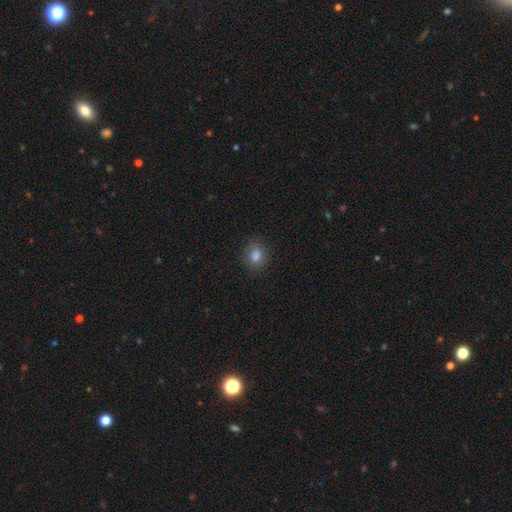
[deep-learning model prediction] Smooth or featured: smooth — 82% (star or artifact — 12%)
How rounded: round — 60% (in between — 39%)
Merging: none — 84% (minor disturbance — 12%)